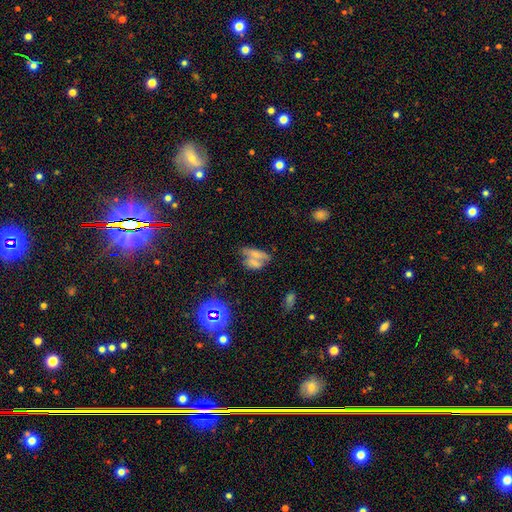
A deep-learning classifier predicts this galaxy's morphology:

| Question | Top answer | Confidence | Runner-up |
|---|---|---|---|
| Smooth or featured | smooth | 54% | featured or disk (25%) |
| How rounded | in between | 74% | cigar-shaped (14%) |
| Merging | merger | 40% | none (31%) |